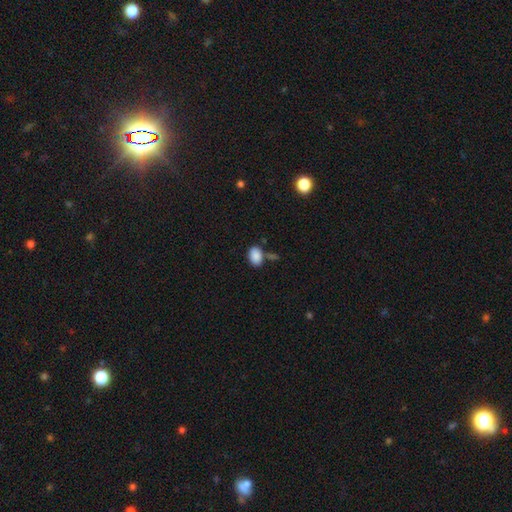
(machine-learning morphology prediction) Smooth or featured? Predicted: smooth (p=0.88). How rounded? Predicted: in between (p=0.85). Merging? Predicted: none (p=0.67).